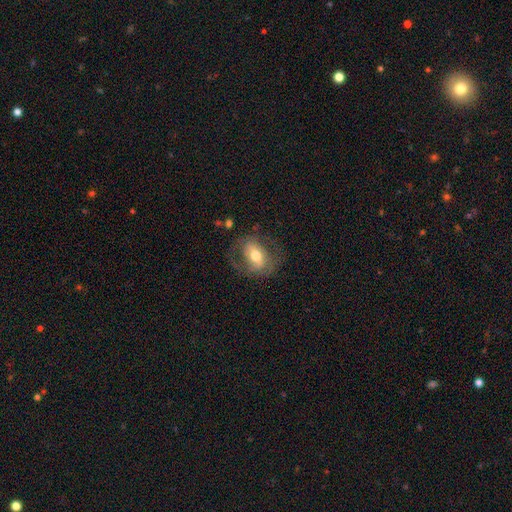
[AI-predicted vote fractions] Smooth or featured?
  - featured or disk: 51% *
  - smooth: 42%
  - star or artifact: 7%
Edge-on disk?
  - no: 91% *
  - yes: 9%
Merging?
  - none: 61% *
  - minor disturbance: 20%
  - major disturbance: 17%
  - merger: 2%